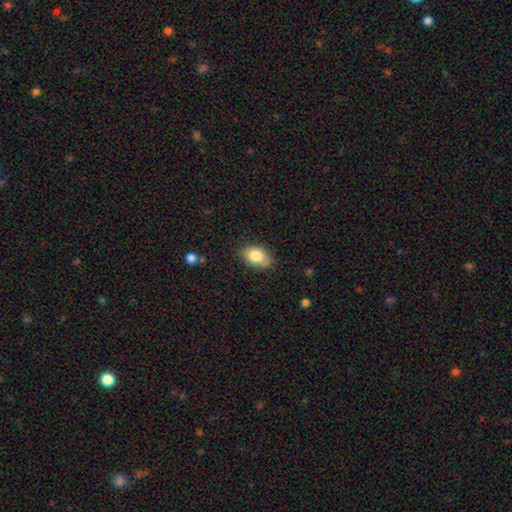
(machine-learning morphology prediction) This is clearly a smooth galaxy (82%). How rounded: clearly in between (85%). Merging: likely none (78%).